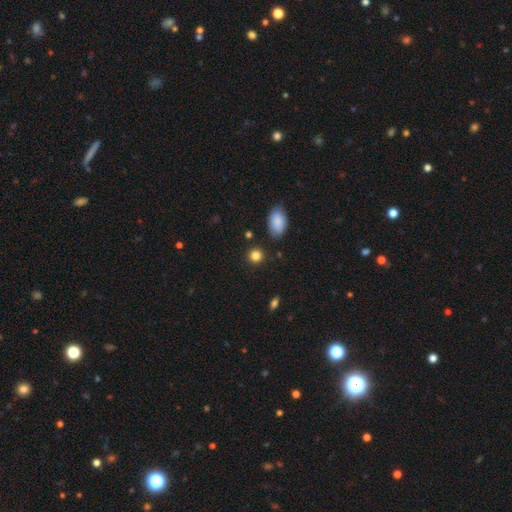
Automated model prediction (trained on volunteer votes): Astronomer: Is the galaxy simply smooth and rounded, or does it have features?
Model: smooth — 84%.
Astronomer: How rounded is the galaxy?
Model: round — 85%.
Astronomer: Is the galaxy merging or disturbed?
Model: none — 86%.